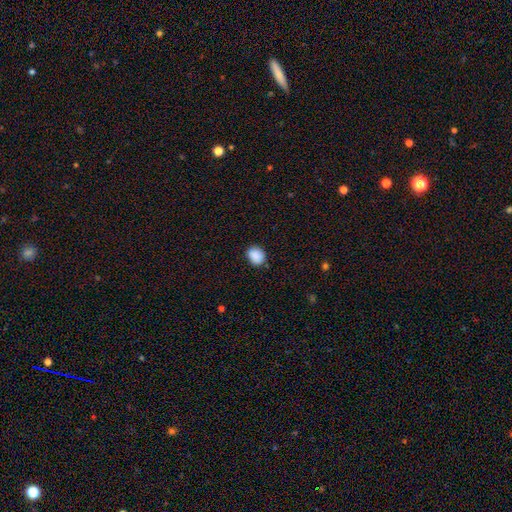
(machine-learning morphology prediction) The model was most divided on "how rounded": round: 55%, in between: 44%, cigar-shaped: 1%. More confident: smooth or featured — smooth (89%); merging — none (83%).